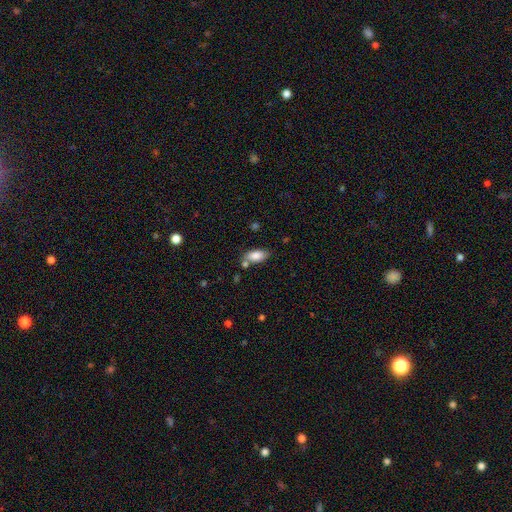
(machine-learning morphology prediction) A smooth galaxy with no disk features (85%) that is in between round and cigar-shaped (90%). Merging: none (67%).